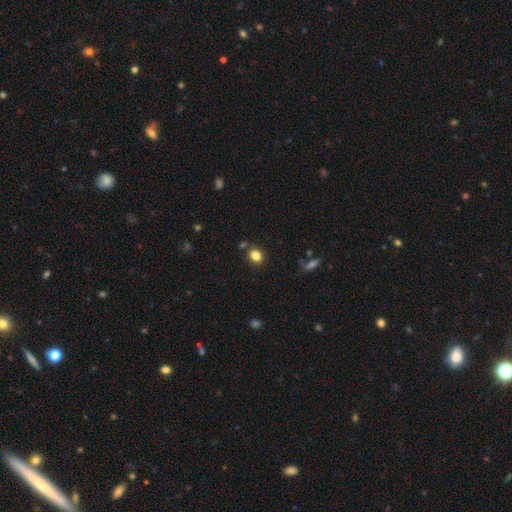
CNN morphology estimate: The model was most divided on "how rounded": round: 52%, in between: 46%, cigar-shaped: 1%. More confident: smooth or featured — smooth (83%); merging — none (80%).